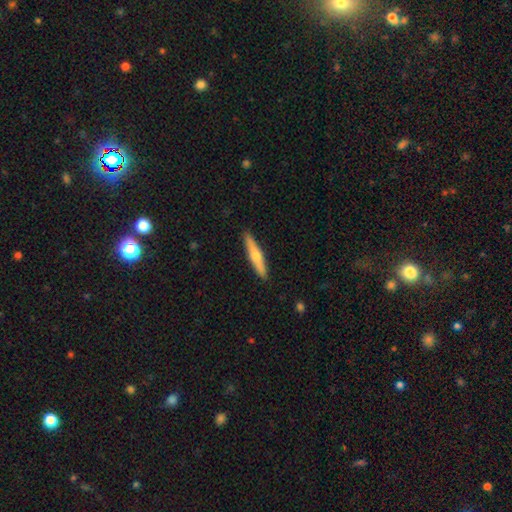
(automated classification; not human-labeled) This appears to be a featured or disk galaxy (51%) viewed edge-on (95%). Merging: none (91%).